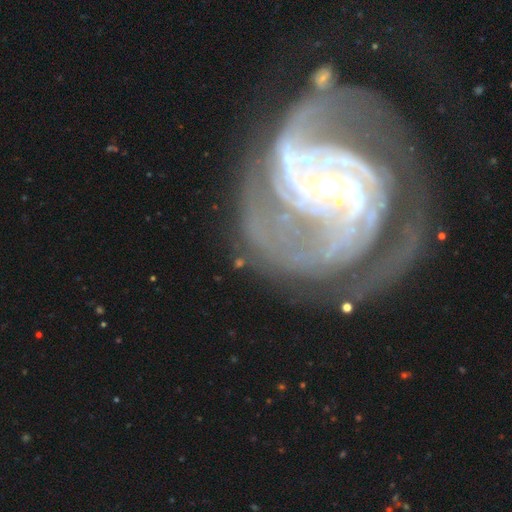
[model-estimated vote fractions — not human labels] A featured or disk galaxy (90%) with no bar (58%), 2 (27%) tight (50%) spiral arms (97%) and a small central bulge (52%). Merging: none (45%).